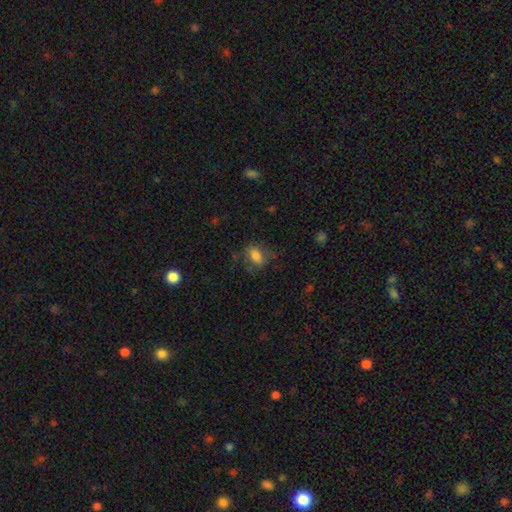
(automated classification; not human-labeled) This appears to be a smooth galaxy with no disk features (77%) that is in between round and cigar-shaped (77%). Merging: none (59%).